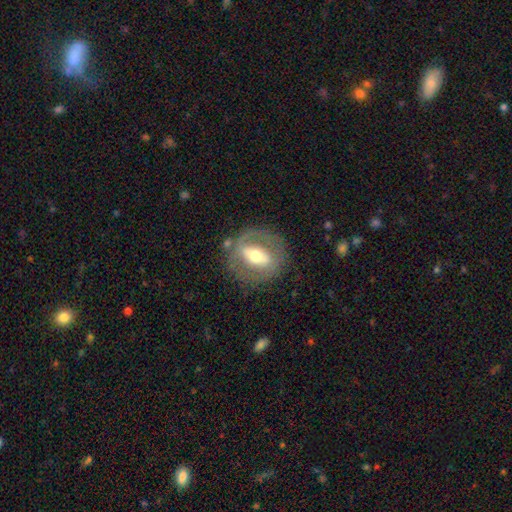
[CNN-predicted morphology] Smooth or featured: featured or disk — 64% (smooth — 29%)
Edge-on disk: no — 88% (yes — 12%)
Bar: strong — 50% (weak — 28%)
Spiral arms: no — 69% (yes — 31%)
Bulge size: moderate — 66% (small — 19%)
Merging: none — 75% (minor disturbance — 14%)